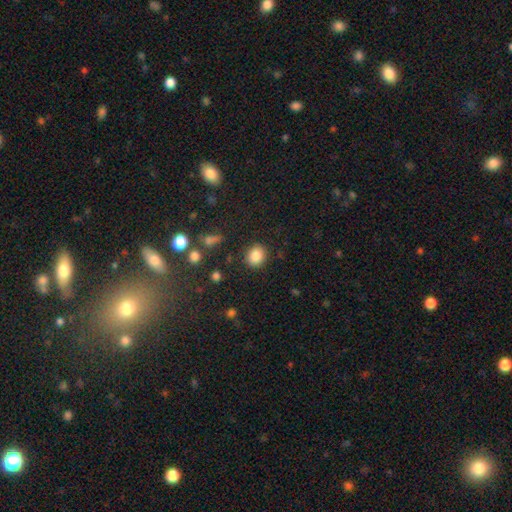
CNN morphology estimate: Smooth or featured? smooth (85%)
How rounded? round (70%)
Merging? none (88%)